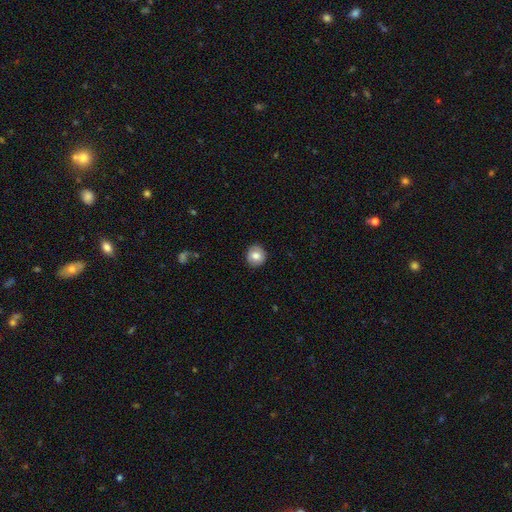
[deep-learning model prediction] This is likely a smooth galaxy (77%). How rounded: clearly round (85%). Merging: clearly none (88%).